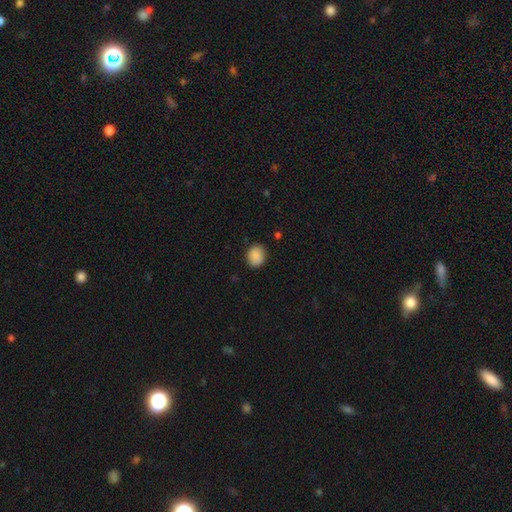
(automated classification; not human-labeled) Q: Smooth or featured?
A: smooth (88%); runner-up: star or artifact (8%)
Q: How rounded?
A: round (58%); runner-up: in between (41%)
Q: Merging?
A: none (85%); runner-up: minor disturbance (12%)